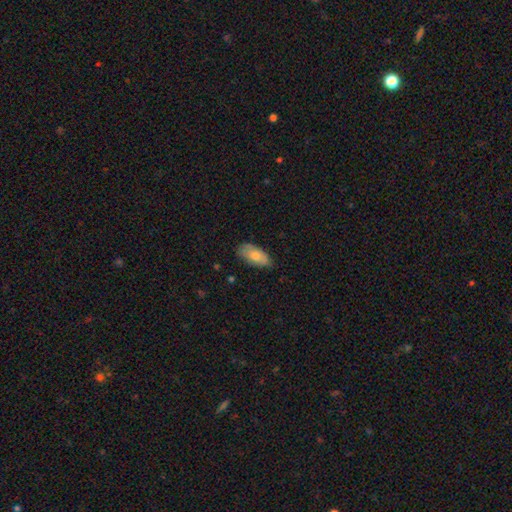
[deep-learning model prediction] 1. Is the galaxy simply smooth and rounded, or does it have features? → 74% smooth, 20% featured or disk, 6% star or artifact.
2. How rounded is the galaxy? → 91% in between, 6% cigar-shaped, 3% round.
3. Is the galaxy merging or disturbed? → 73% none, 22% minor disturbance, 4% major disturbance, 1% merger.